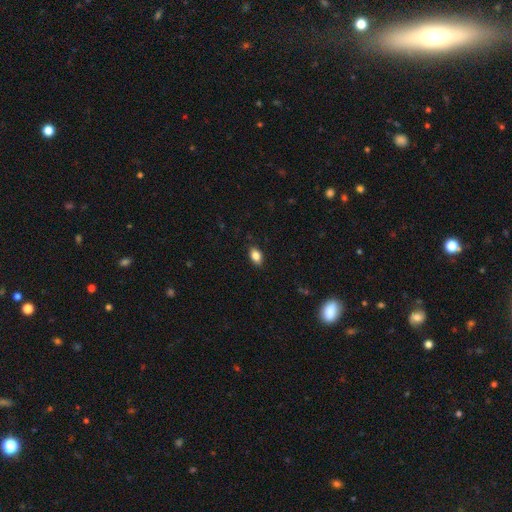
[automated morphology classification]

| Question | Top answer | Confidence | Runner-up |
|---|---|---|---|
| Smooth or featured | smooth | 84% | star or artifact (8%) |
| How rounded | in between | 88% | round (10%) |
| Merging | none | 86% | minor disturbance (11%) |